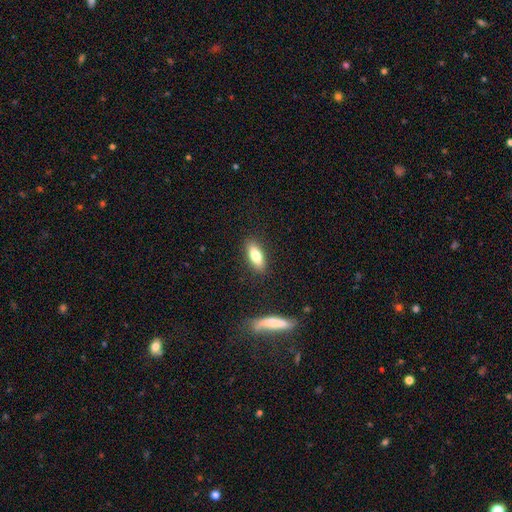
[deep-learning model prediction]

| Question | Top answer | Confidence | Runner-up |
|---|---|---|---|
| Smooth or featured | smooth | 76% | featured or disk (17%) |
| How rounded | in between | 68% | cigar-shaped (29%) |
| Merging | none | 87% | minor disturbance (9%) |